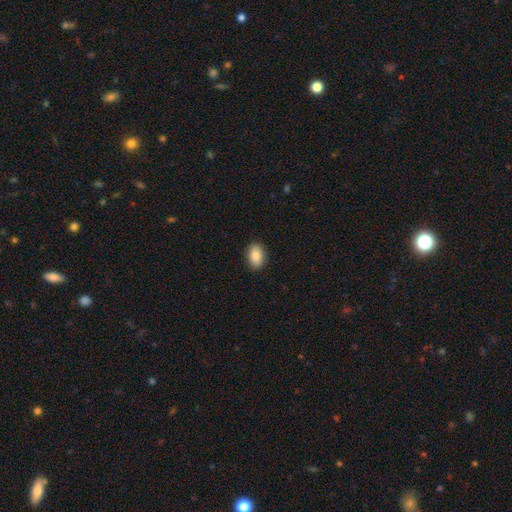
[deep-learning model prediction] Smooth or featured: smooth — 87% (star or artifact — 7%)
How rounded: in between — 87% (round — 12%)
Merging: none — 90% (minor disturbance — 8%)